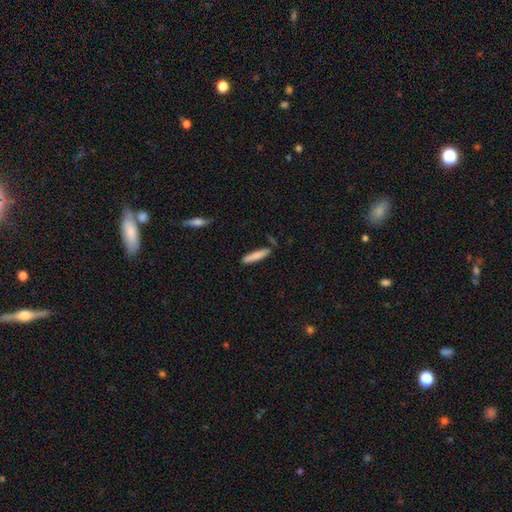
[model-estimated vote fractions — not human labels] This appears to be a smooth galaxy with no disk features (81%) that is cigar-shaped (87%). Merging: none (81%).